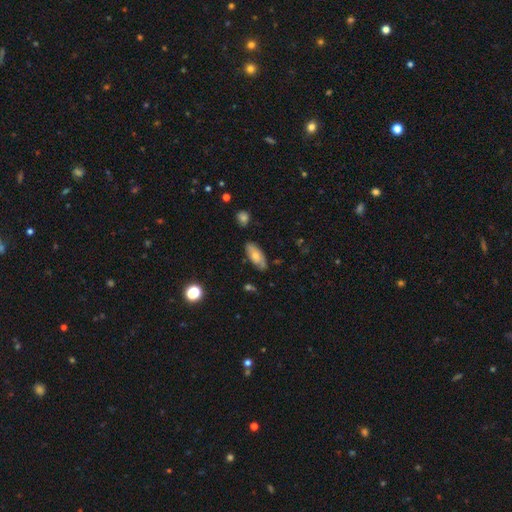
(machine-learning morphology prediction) Smooth or featured? smooth (64%)
How rounded? in between (83%)
Merging? none (76%)